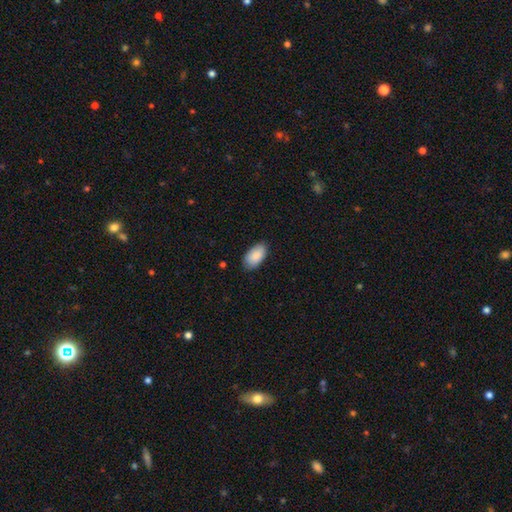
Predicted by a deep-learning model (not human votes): The model was most divided on "merging": none: 83%, minor disturbance: 14%, major disturbance: 2%, merger: 1%. More confident: how rounded — in between (96%); smooth or featured — smooth (89%).